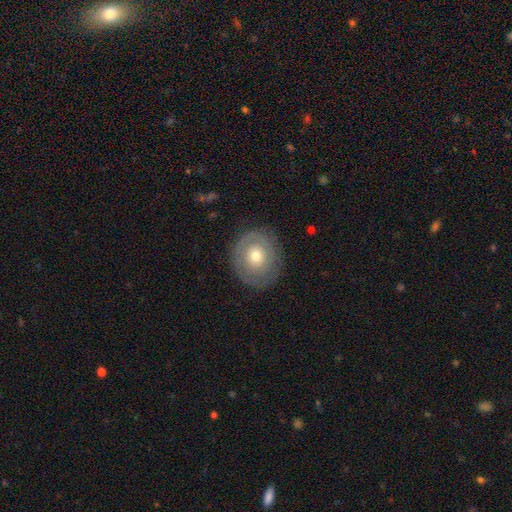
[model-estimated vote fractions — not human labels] Smooth or featured?
  - smooth: 49% *
  - featured or disk: 44%
  - star or artifact: 7%
Merging?
  - none: 81% *
  - minor disturbance: 13%
  - major disturbance: 5%
  - merger: 1%